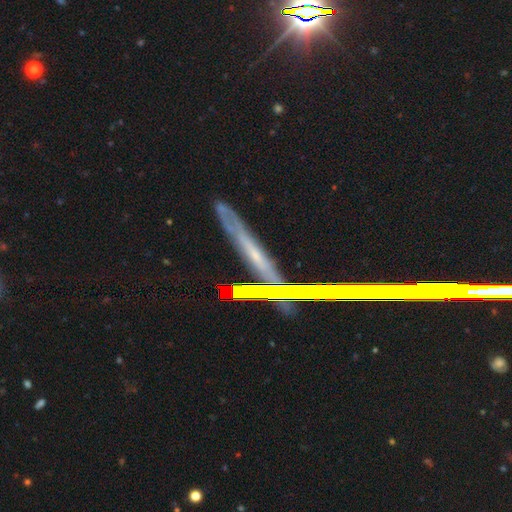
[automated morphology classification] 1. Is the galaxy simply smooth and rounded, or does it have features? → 53% featured or disk, 28% star or artifact, 19% smooth.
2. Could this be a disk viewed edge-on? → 81% yes, 19% no.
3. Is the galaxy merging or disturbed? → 77% none, 13% minor disturbance, 5% merger, 5% major disturbance.